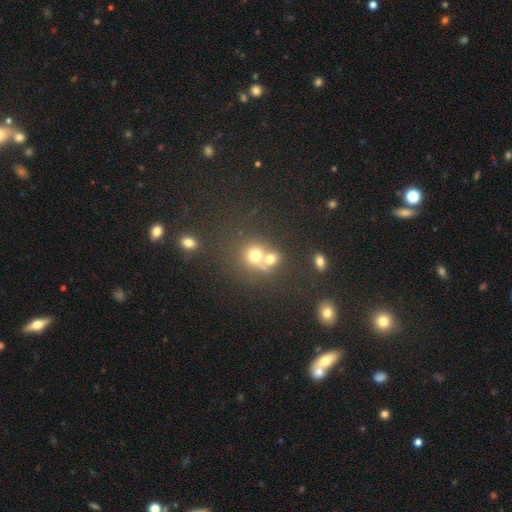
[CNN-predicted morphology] A smooth galaxy with no disk features (68%) that is round (78%). Merging: merger (55%).